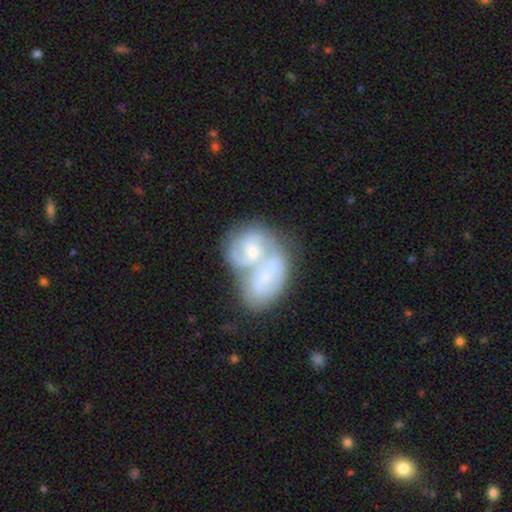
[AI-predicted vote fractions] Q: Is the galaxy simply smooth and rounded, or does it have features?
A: featured or disk — 61%.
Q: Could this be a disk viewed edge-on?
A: no — 97%.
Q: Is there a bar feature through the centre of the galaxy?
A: no — 69%.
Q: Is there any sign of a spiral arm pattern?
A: yes — 71%.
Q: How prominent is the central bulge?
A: small — 46%.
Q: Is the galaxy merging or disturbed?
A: merger — 78%.